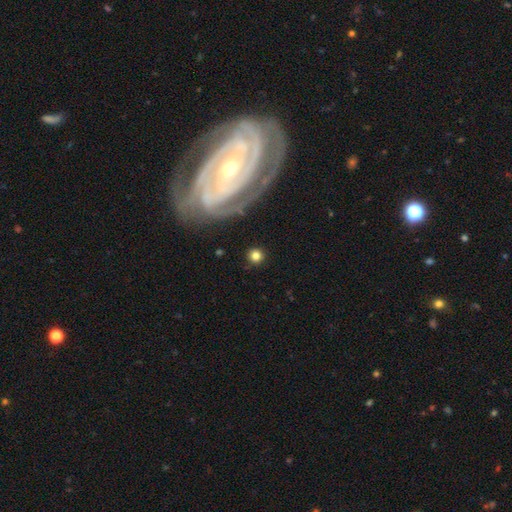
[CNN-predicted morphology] This appears to be a smooth galaxy with no disk features (79%) that is round (93%). Merging: none (88%).